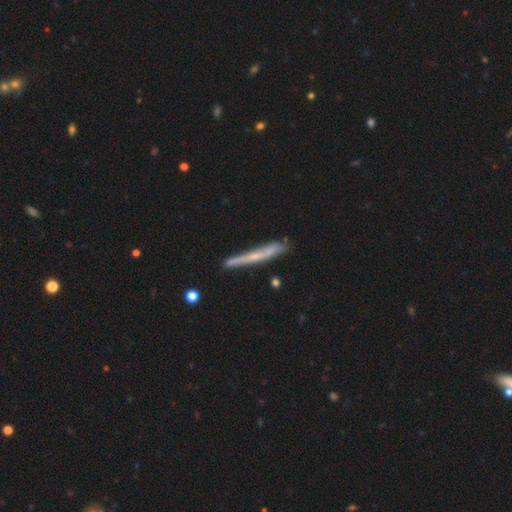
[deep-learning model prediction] A featured or disk galaxy (58%) viewed edge-on (92%) with no central bulge (60%). Merging: none (73%).